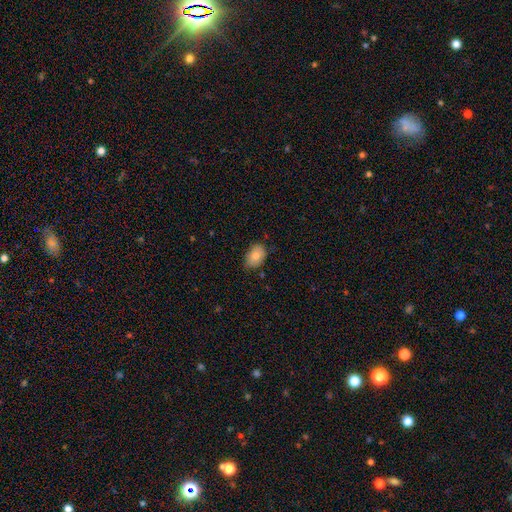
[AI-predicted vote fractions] smooth 83%, featured or disk 9%, star or artifact 8%. Down the decision tree: how rounded — in between (81%); merging — none (72%).